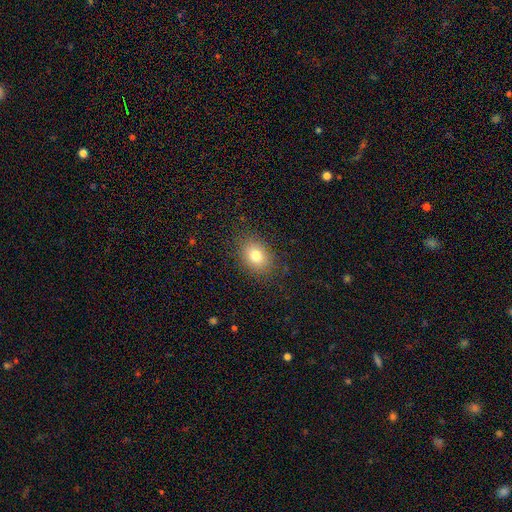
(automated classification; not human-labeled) The model was most divided on "how rounded": in between: 61%, round: 38%, cigar-shaped: 1%. More confident: merging — none (86%); smooth or featured — smooth (78%).